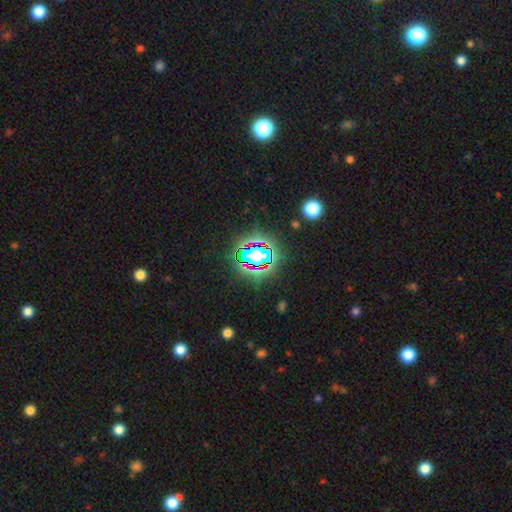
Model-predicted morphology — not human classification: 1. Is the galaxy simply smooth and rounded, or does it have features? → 68% star or artifact, 20% smooth, 12% featured or disk.